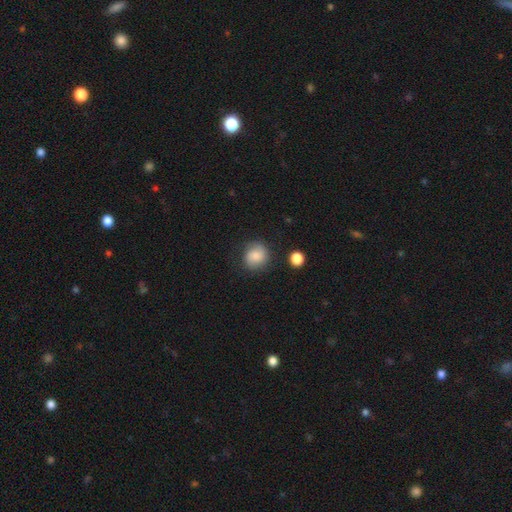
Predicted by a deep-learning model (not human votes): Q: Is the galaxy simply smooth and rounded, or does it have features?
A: smooth — 75%.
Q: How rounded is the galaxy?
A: round — 79%.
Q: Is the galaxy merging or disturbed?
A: none — 76%.